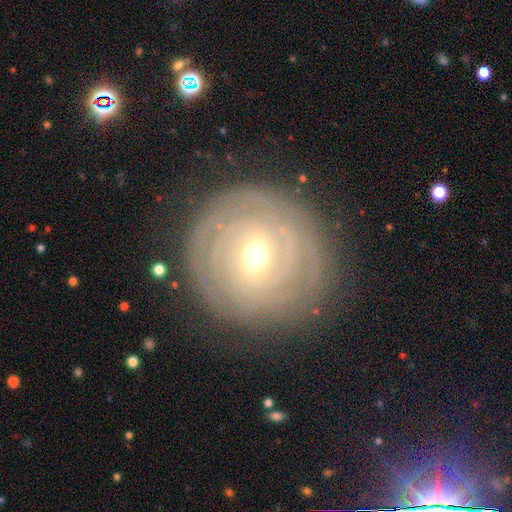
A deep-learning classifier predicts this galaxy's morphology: The model was most divided on "spiral arm count": can't tell: 31%, 3: 18%, 4: 17%, 2: 16%, more than 4: 10%, 1: 7%. Remaining: edge-on disk — no (96%); spiral arms — yes (95%); spiral winding — tight (87%); merging — none (86%); smooth or featured — featured or disk (85%); bulge size — moderate (60%); bar — weak (49%).